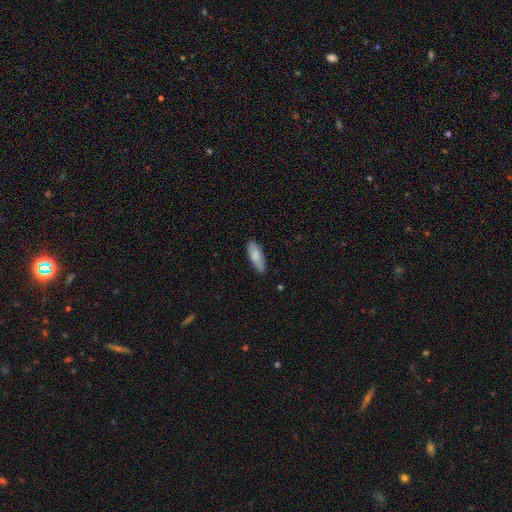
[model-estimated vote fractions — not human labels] Smooth or featured: smooth — 82% (featured or disk — 12%)
How rounded: in between — 60% (cigar-shaped — 39%)
Merging: none — 82% (minor disturbance — 15%)